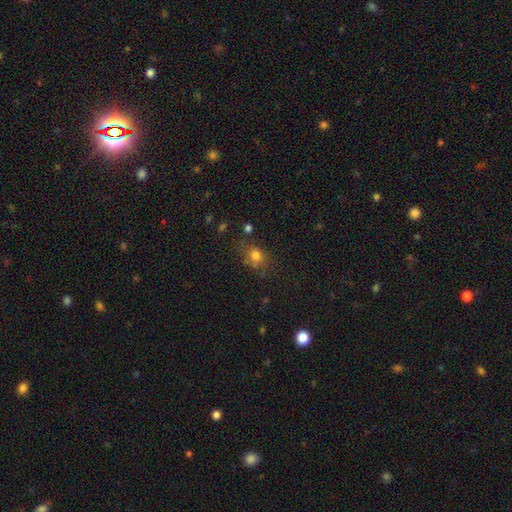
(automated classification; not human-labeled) Morphology: type=smooth (75%); roundness=round (56%); merging=none (62%).